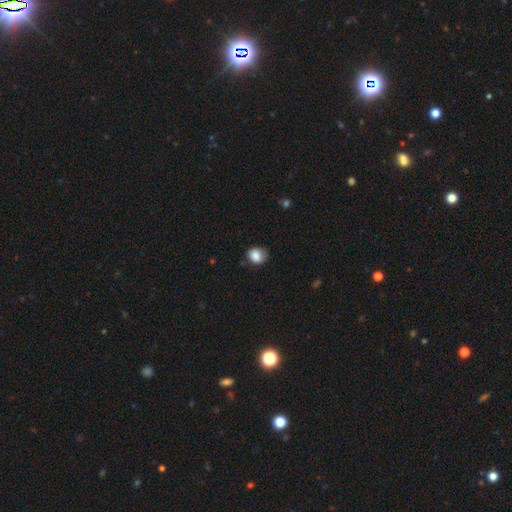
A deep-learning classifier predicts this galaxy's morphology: A smooth galaxy with no disk features (85%) that is round (68%). Merging: none (65%).